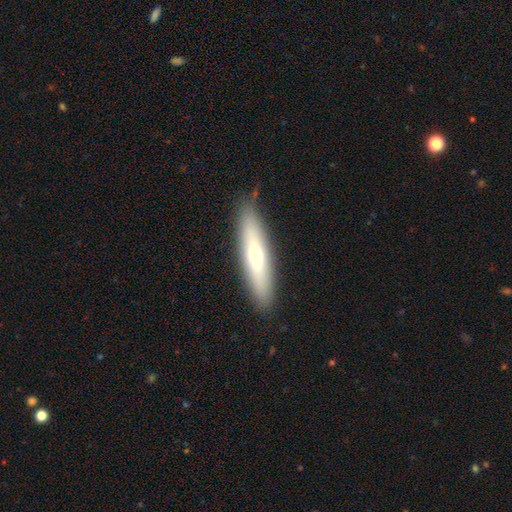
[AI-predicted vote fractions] Smooth or featured: smooth — 53% (featured or disk — 40%)
How rounded: cigar-shaped — 75% (in between — 23%)
Merging: none — 87% (minor disturbance — 9%)